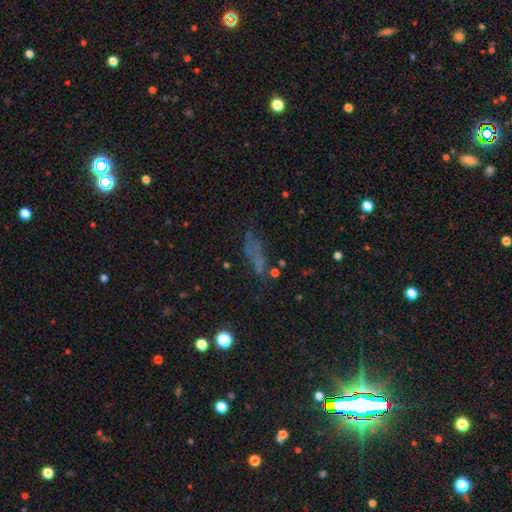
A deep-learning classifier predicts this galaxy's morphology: type=smooth (41%); merging=none (61%).